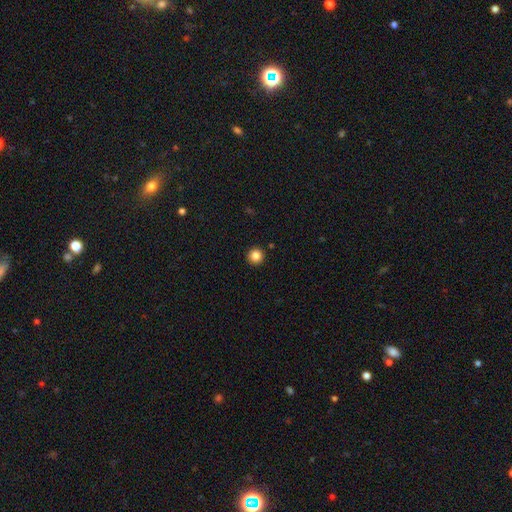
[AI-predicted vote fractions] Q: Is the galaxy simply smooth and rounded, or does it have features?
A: smooth — 84%.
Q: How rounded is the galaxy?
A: round — 96%.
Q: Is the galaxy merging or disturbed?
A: none — 93%.